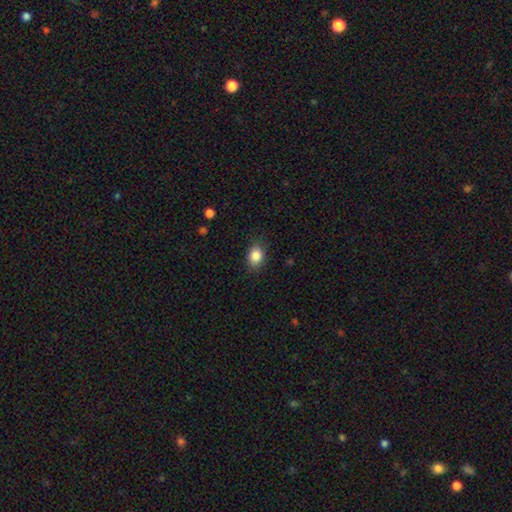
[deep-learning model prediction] smooth-or-featured: smooth: 85% | star or artifact: 9% | featured or disk: 6%
  how-rounded: in between: 68% | round: 31% | cigar-shaped: 1%
  merging: none: 84% | minor disturbance: 12% | major disturbance: 3% | merger: 1%